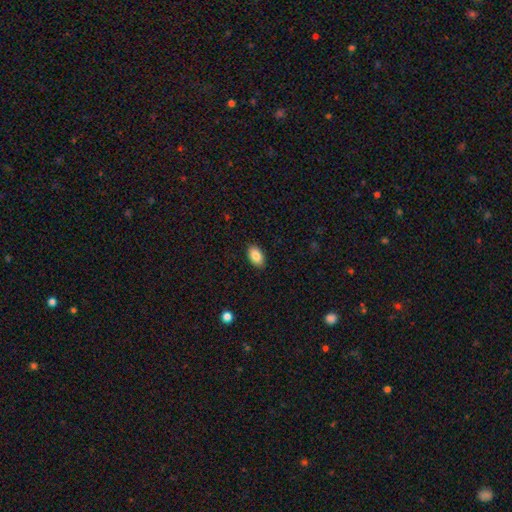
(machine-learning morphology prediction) type=smooth (86%); roundness=in between (92%); merging=none (89%).